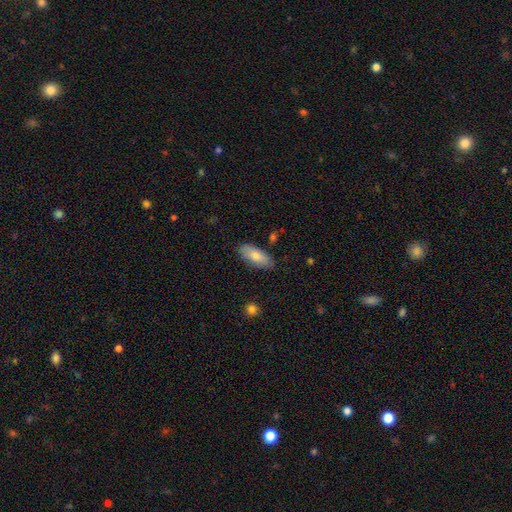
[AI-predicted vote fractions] A smooth galaxy with no disk features (80%) that is in between round and cigar-shaped (83%).

Vote fractions:
- Smooth or featured? smooth: 80% / featured or disk: 14% / star or artifact: 6%
- How rounded? in between: 83% / cigar-shaped: 14% / round: 2%
- Merging? none: 82% / minor disturbance: 13% / major disturbance: 2% / merger: 2%